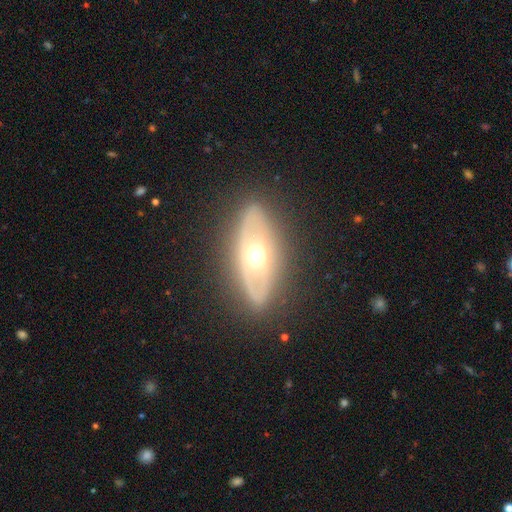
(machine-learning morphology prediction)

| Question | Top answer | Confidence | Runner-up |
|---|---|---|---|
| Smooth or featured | featured or disk | 66% | smooth (28%) |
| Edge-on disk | no | 74% | yes (26%) |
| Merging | none | 84% | minor disturbance (11%) |